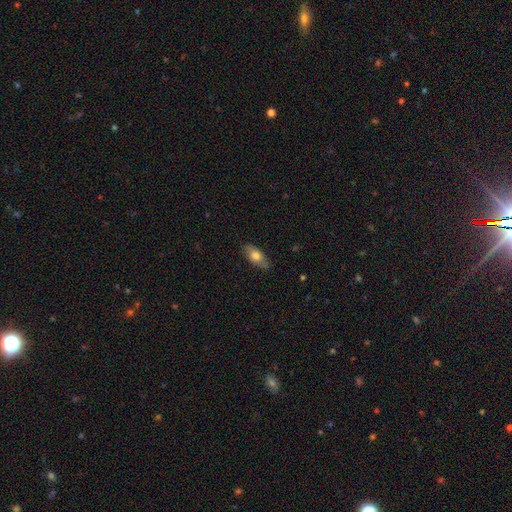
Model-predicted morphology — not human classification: This is likely a smooth galaxy (68%). How rounded: clearly in between (85%). Merging: clearly none (81%).